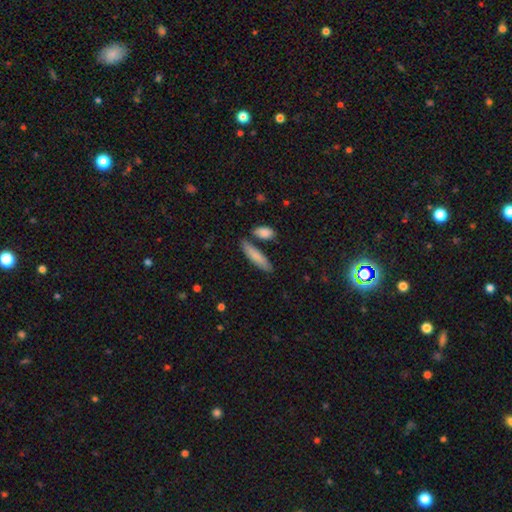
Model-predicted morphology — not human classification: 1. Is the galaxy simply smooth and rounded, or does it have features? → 81% smooth, 13% featured or disk, 6% star or artifact.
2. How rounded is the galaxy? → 69% cigar-shaped, 29% in between, 2% round.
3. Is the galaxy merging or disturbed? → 77% none, 12% minor disturbance, 9% merger, 3% major disturbance.